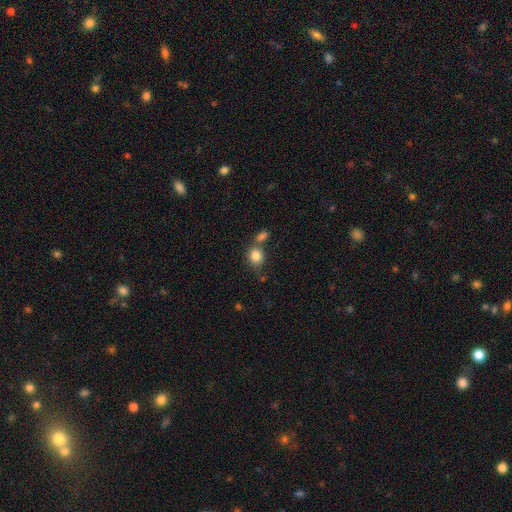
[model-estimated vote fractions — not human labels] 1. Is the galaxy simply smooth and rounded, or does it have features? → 84% smooth, 10% star or artifact, 6% featured or disk.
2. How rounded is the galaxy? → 63% round, 36% in between, 1% cigar-shaped.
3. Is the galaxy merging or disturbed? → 57% none, 27% merger, 12% minor disturbance, 4% major disturbance.